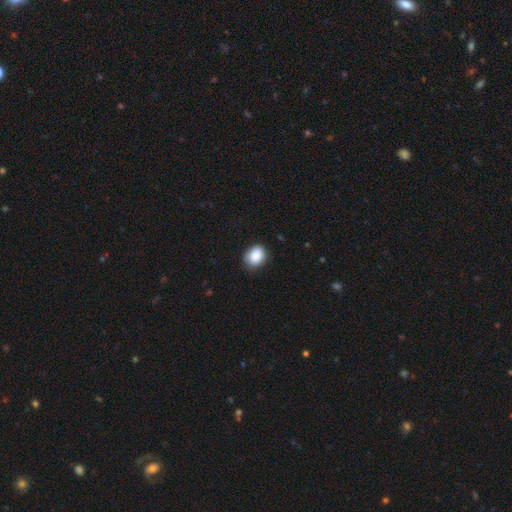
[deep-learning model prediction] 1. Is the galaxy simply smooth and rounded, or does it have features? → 85% smooth, 9% star or artifact, 6% featured or disk.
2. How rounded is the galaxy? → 56% in between, 43% round, 1% cigar-shaped.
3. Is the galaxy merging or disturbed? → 81% none, 16% minor disturbance, 3% major disturbance, 1% merger.